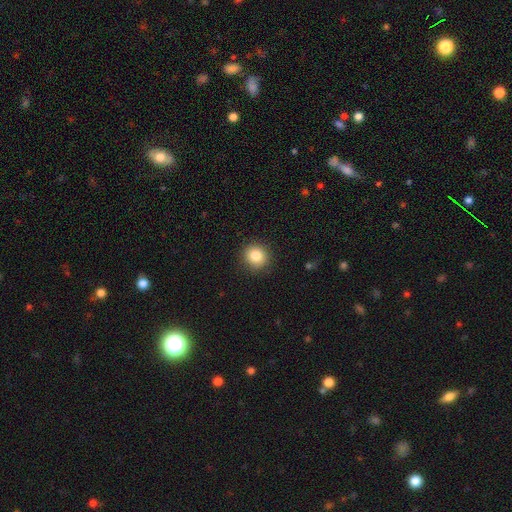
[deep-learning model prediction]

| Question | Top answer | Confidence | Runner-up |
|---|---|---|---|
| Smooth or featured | smooth | 83% | star or artifact (10%) |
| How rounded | round | 89% | in between (10%) |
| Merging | none | 90% | minor disturbance (7%) |